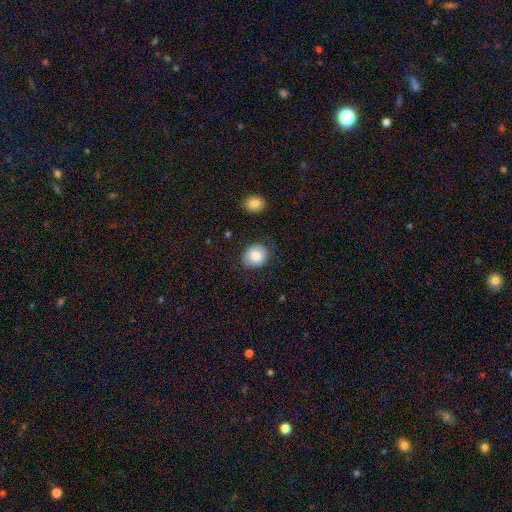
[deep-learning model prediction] Smooth or featured?
  - smooth: 82% *
  - featured or disk: 10%
  - star or artifact: 8%
How rounded?
  - round: 62% *
  - in between: 37%
  - cigar-shaped: 1%
Merging?
  - none: 75% *
  - minor disturbance: 18%
  - major disturbance: 4%
  - merger: 2%